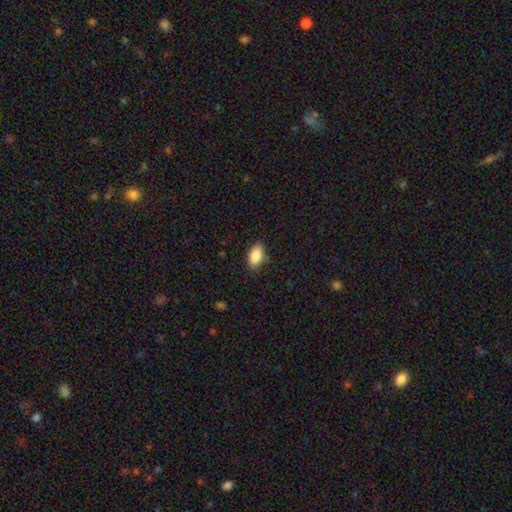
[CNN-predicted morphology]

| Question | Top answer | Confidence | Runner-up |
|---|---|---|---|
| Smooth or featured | smooth | 88% | star or artifact (7%) |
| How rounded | in between | 93% | round (4%) |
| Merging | none | 85% | minor disturbance (12%) |